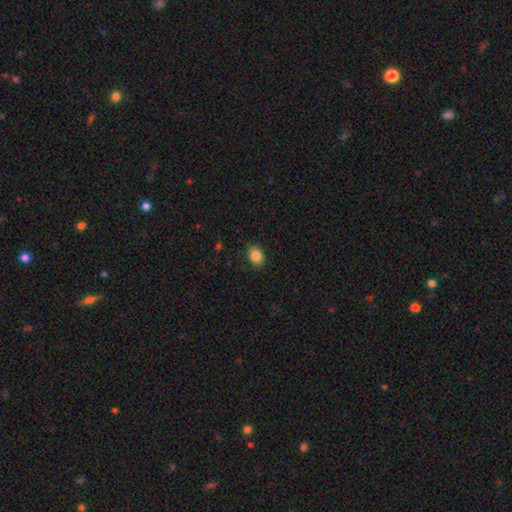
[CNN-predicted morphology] Q: Smooth or featured?
A: smooth (87%); runner-up: star or artifact (9%)
Q: How rounded?
A: in between (66%); runner-up: round (33%)
Q: Merging?
A: none (89%); runner-up: minor disturbance (8%)